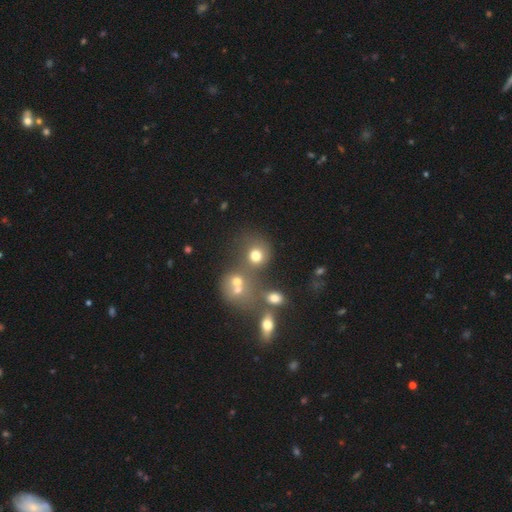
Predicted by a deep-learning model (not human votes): Smooth or featured?
  - smooth: 71% *
  - star or artifact: 16%
  - featured or disk: 13%
How rounded?
  - round: 77% *
  - in between: 21%
  - cigar-shaped: 1%
Merging?
  - none: 45% *
  - merger: 34%
  - minor disturbance: 11%
  - major disturbance: 10%